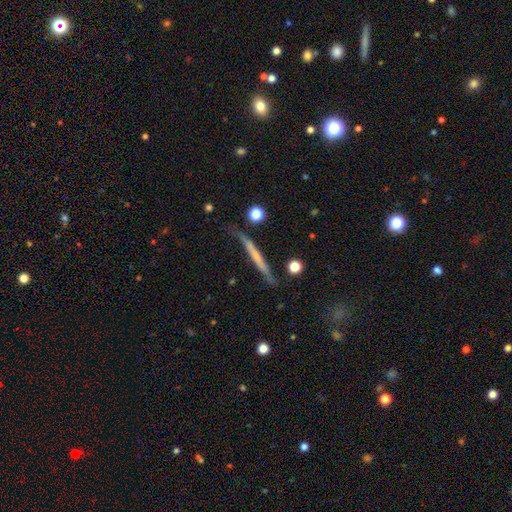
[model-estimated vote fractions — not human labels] Overall: featured or disk (53%; smooth 40%). Edge-on disk: yes (92%). Merging: none (72%).